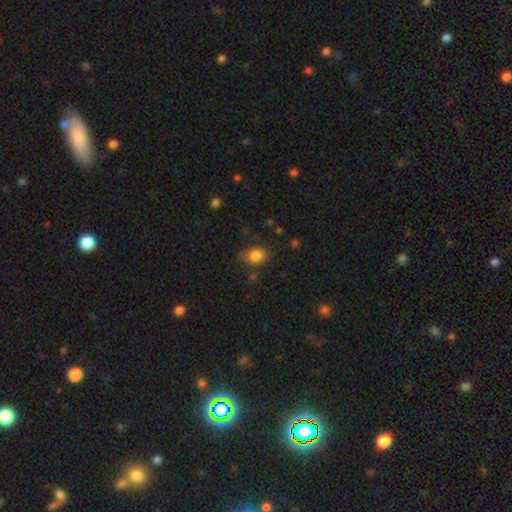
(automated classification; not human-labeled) smooth 82%, star or artifact 10%, featured or disk 8%. Down the decision tree: how rounded — in between (61%); merging — none (73%).